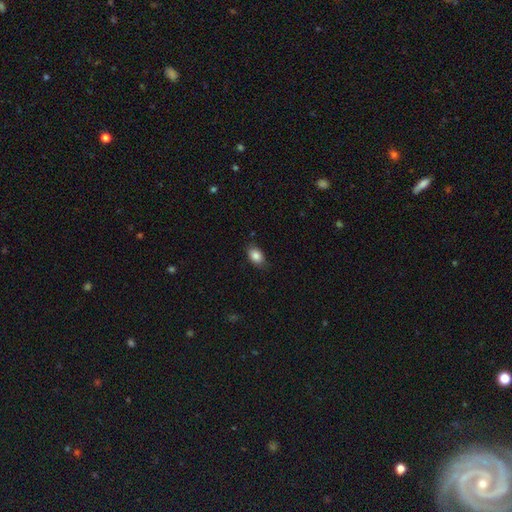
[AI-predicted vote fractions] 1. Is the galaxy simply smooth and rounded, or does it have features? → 87% smooth, 8% star or artifact, 5% featured or disk.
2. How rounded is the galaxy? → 83% in between, 15% round, 2% cigar-shaped.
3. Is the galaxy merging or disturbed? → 81% none, 15% minor disturbance, 3% major disturbance, 1% merger.